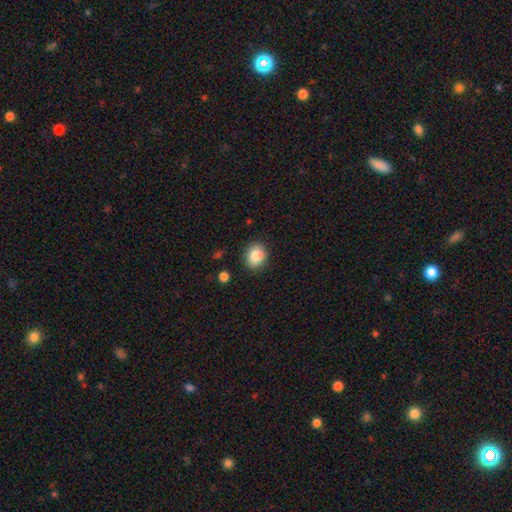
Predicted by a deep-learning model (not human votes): The model was most divided on "how rounded": round: 56%, in between: 43%, cigar-shaped: 1%. More confident: smooth or featured — smooth (83%); merging — none (80%).